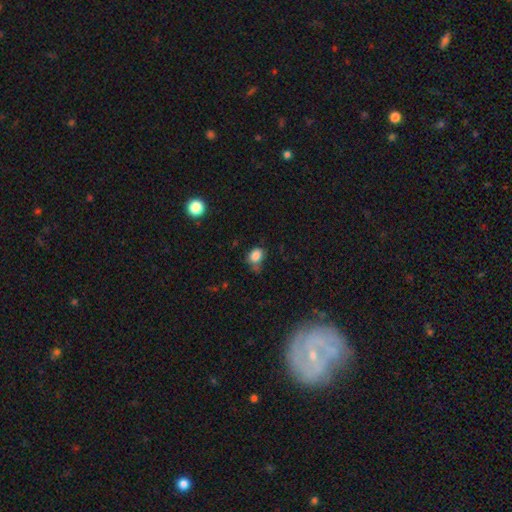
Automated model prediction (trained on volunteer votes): A smooth galaxy with no disk features (83%) that is in between round and cigar-shaped (52%). Merging: none (49%).